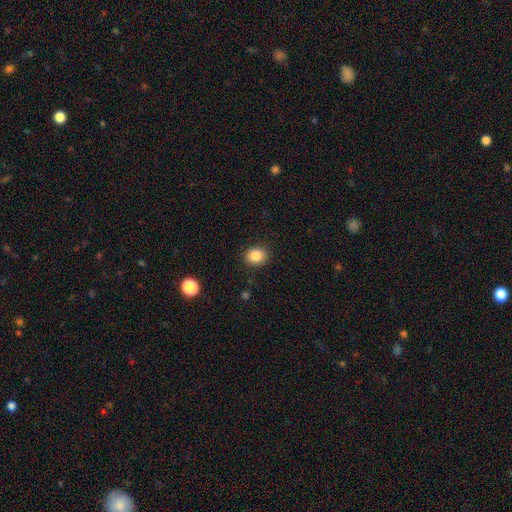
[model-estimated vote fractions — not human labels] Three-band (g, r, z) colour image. It shows a smooth galaxy with no disk features (85%) that is round (62%). Merging: none (89%).